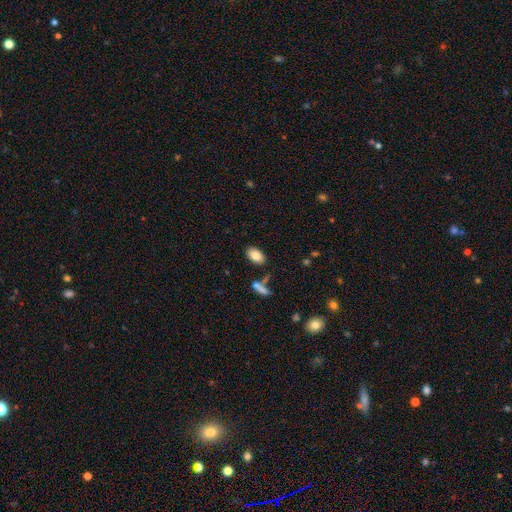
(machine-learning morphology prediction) smooth 84%, featured or disk 9%, star or artifact 8%. Down the decision tree: how rounded — in between (92%); merging — none (81%).